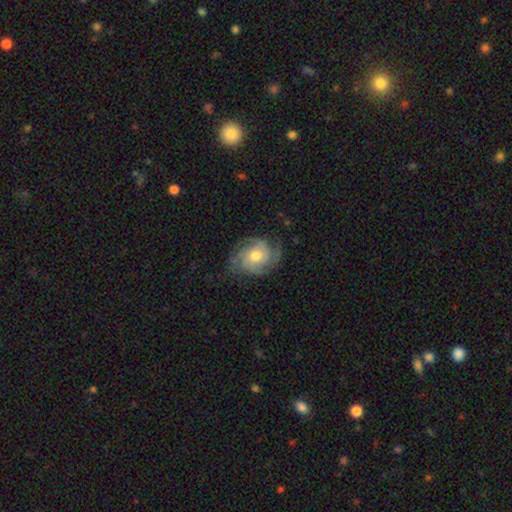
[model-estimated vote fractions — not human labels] Overall: featured or disk (76%). Edge-on disk: no (97%). Bar: no (72%). Spiral arms: yes (93%). Spiral arm count: 3 (31%; can't tell 27%). Spiral winding: tight (51%; medium 37%). Bulge size: moderate (70%). Merging: none (68%).